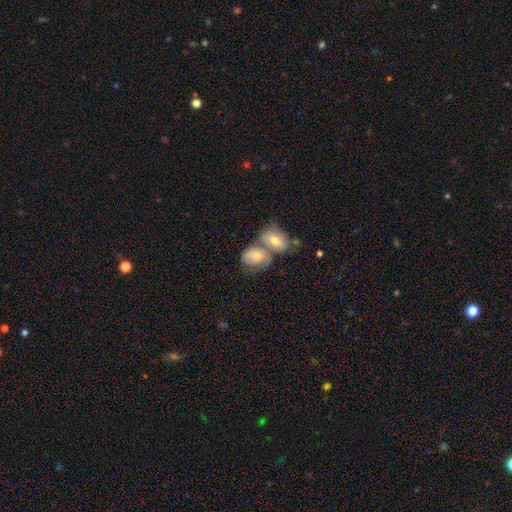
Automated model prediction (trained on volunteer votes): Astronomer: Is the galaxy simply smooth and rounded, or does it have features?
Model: smooth — 72%.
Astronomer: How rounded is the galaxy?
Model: in between — 72%.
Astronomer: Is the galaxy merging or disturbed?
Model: merger — 62%.